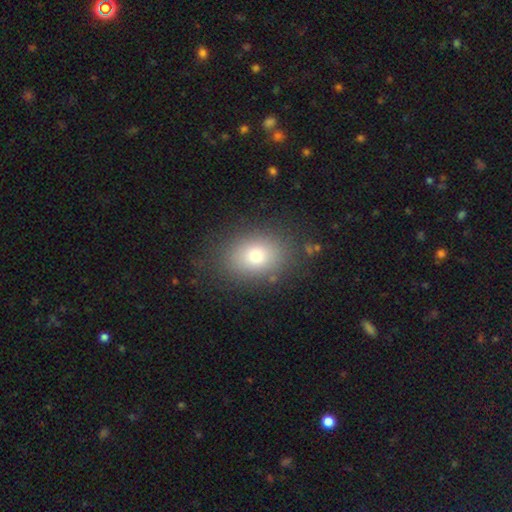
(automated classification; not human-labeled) This appears to be a smooth galaxy with no disk features (76%) that is in between round and cigar-shaped (65%). Merging: none (82%).